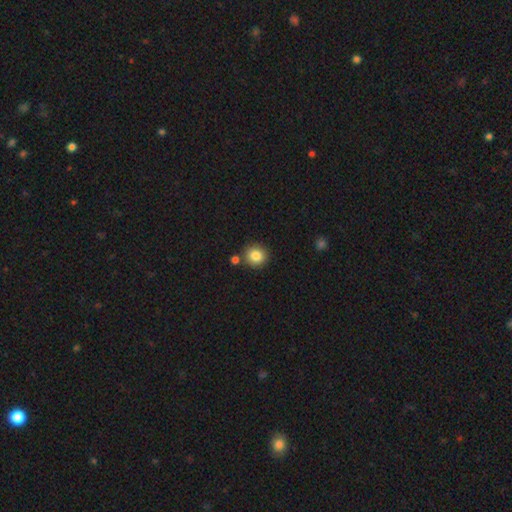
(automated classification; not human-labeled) This is clearly a smooth galaxy (84%). How rounded: clearly round (90%). Merging: clearly none (82%).